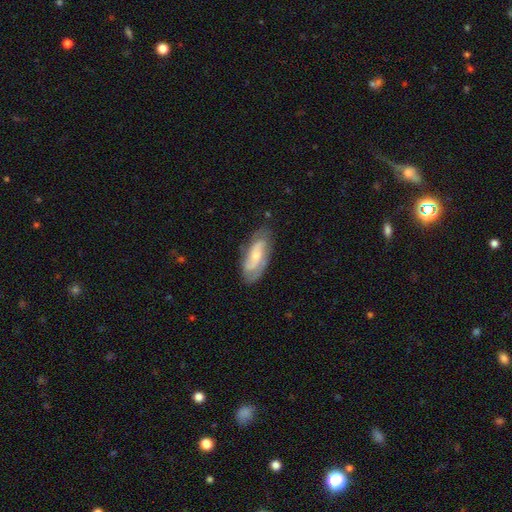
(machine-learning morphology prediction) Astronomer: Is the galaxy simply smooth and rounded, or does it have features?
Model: featured or disk — 70%.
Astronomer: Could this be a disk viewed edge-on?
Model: no — 90%.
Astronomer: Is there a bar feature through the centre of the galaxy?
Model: no — 55% (runner-up: weak, 33%).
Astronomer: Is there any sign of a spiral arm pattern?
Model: yes — 90%.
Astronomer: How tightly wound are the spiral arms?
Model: medium — 42% (runner-up: tight, 41%).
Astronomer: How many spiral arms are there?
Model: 2 — 60%.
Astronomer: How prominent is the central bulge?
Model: small — 57% (runner-up: moderate, 36%).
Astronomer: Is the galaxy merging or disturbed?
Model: none — 74%.